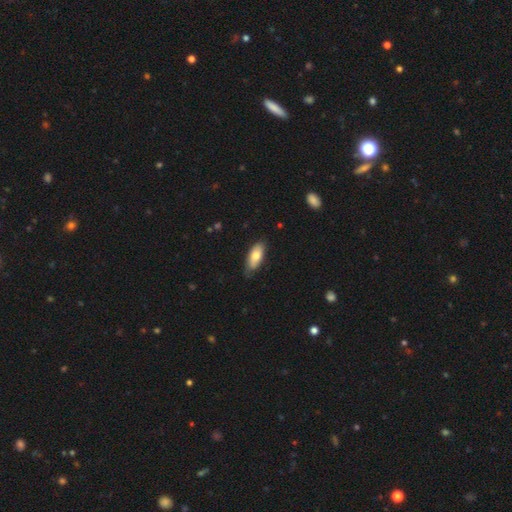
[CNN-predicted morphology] The model was most divided on "merging": none: 74%, minor disturbance: 22%, major disturbance: 3%, merger: 1%. More confident: how rounded — in between (82%); smooth or featured — smooth (74%).